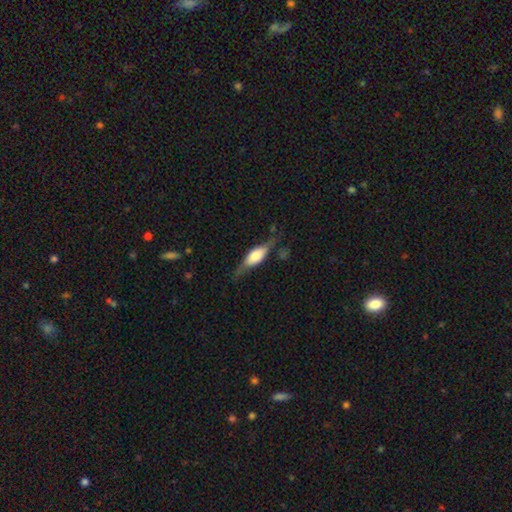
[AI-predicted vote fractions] Smooth or featured? featured or disk (55%)
Edge-on disk? yes (88%)
Merging? none (68%)